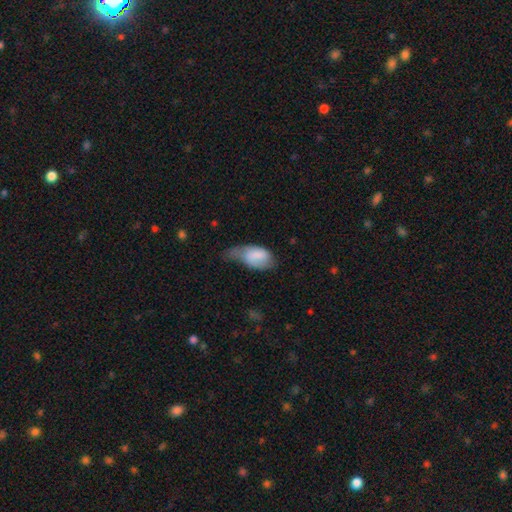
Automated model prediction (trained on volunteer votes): Smooth or featured? Predicted: smooth (p=0.73). How rounded? Predicted: in between (p=0.92). Merging? Predicted: minor disturbance (p=0.43).